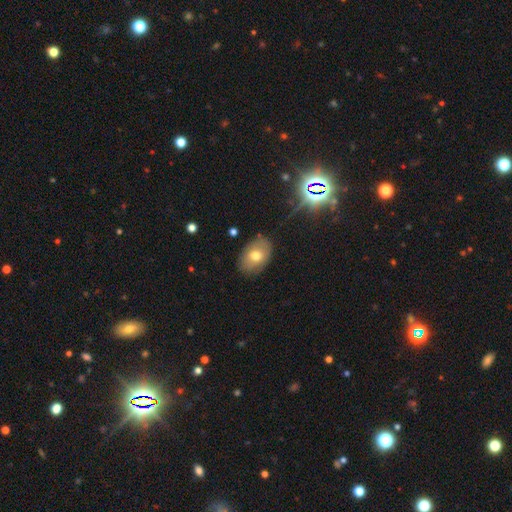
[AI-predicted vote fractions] This is likely a smooth galaxy (69%). How rounded: clearly in between (83%). Merging: clearly none (82%).